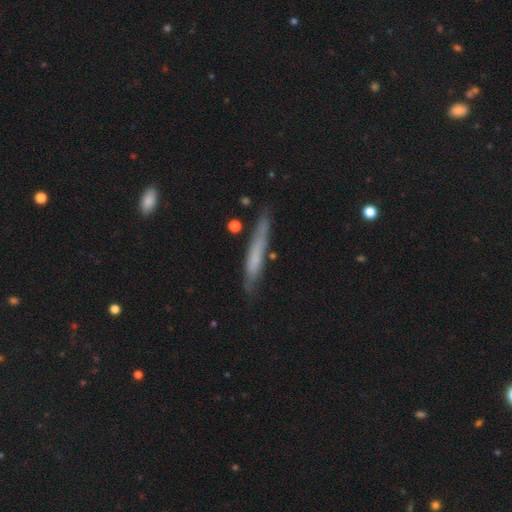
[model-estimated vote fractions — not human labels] smooth 55%, featured or disk 38%, star or artifact 7%. Down the decision tree: how rounded — cigar-shaped (93%); merging — none (73%).